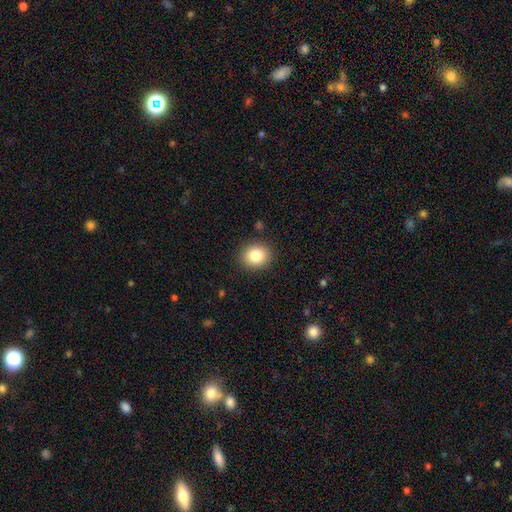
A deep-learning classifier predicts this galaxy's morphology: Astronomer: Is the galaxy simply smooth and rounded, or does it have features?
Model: smooth — 82%.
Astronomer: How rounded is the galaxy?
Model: round — 77%.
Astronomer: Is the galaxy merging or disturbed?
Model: none — 90%.